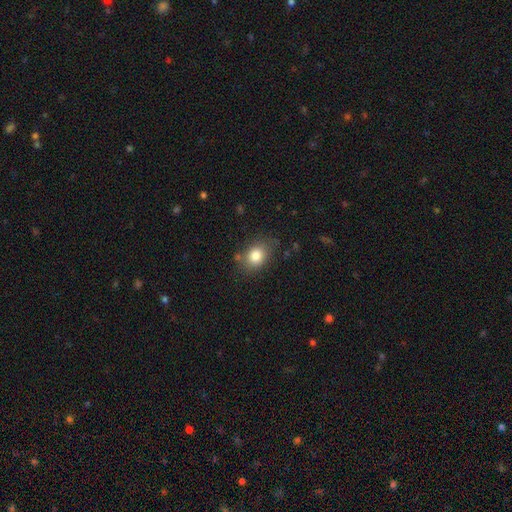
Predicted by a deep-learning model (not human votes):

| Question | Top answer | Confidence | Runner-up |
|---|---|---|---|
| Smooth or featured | smooth | 82% | star or artifact (10%) |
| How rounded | in between | 59% | round (40%) |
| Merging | none | 77% | minor disturbance (15%) |